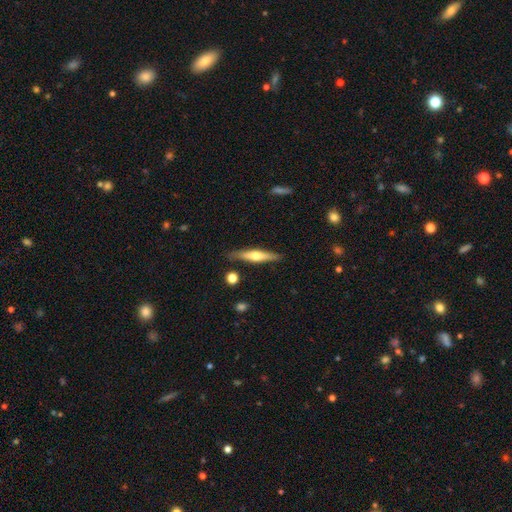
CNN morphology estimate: Smooth or featured?
  - featured or disk: 53% *
  - smooth: 41%
  - star or artifact: 6%
Edge-on disk?
  - yes: 94% *
  - no: 6%
Merging?
  - none: 86% *
  - minor disturbance: 9%
  - merger: 2%
  - major disturbance: 2%